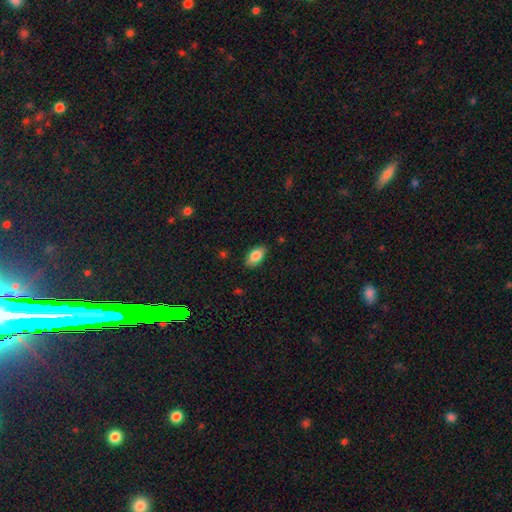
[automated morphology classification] The model was most divided on "merging": none: 84%, minor disturbance: 12%, major disturbance: 2%, merger: 1%. More confident: how rounded — in between (92%); smooth or featured — smooth (84%).